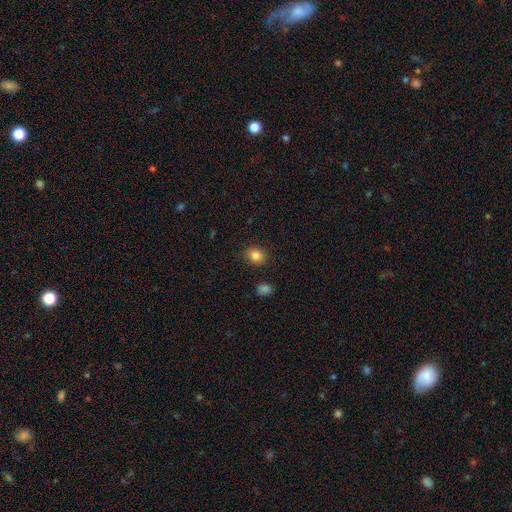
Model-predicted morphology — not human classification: type=smooth (84%); roundness=round (65%); merging=none (87%).